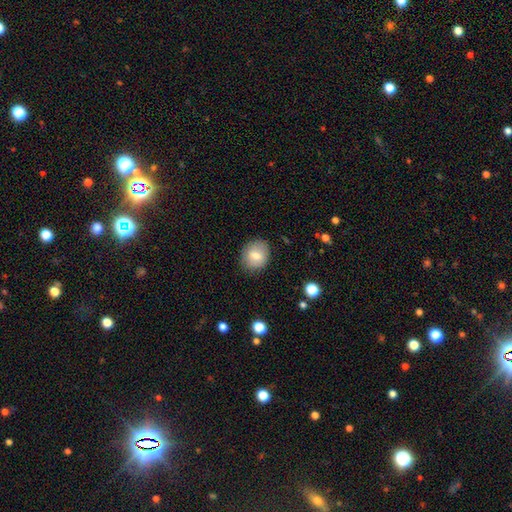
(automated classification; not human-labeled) smooth_or_featured: smooth (p=0.76) [alt: featured or disk p=0.16]
how_rounded: round (p=0.59) [alt: in between p=0.40]
merging: none (p=0.82) [alt: minor disturbance p=0.13]